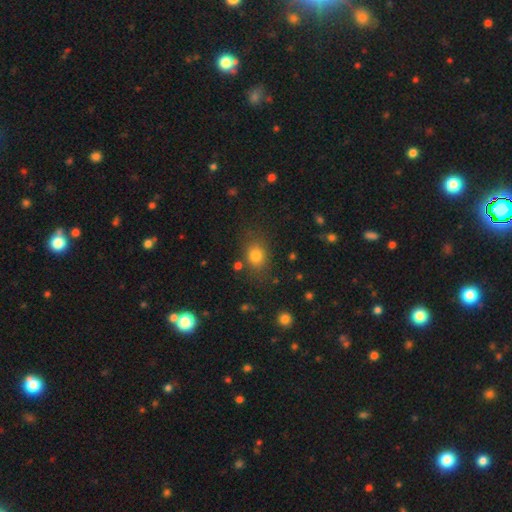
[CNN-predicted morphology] Q: Smooth or featured?
A: smooth (78%); runner-up: star or artifact (13%)
Q: How rounded?
A: in between (52%); runner-up: round (47%)
Q: Merging?
A: none (77%); runner-up: minor disturbance (14%)